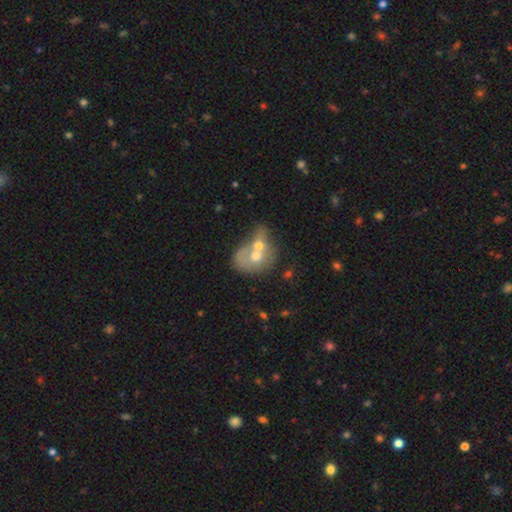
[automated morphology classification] Smooth or featured?
  - smooth: 52% *
  - featured or disk: 39%
  - star or artifact: 9%
How rounded?
  - in between: 49% * (tied)
  - round: 49% * (tied)
  - cigar-shaped: 1%
Merging?
  - merger: 78% *
  - none: 11%
  - minor disturbance: 6%
  - major disturbance: 5%